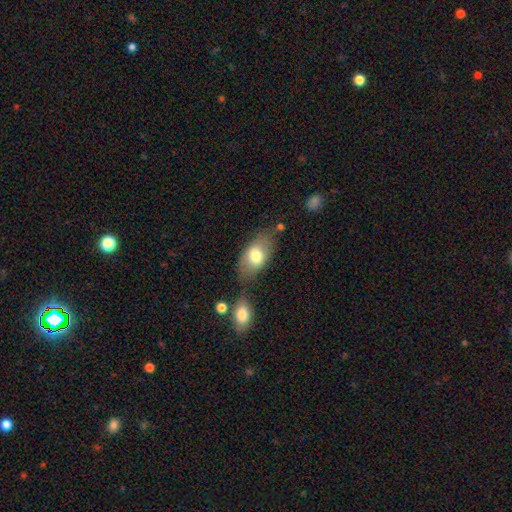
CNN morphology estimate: A smooth galaxy with no disk features (73%) that is in between round and cigar-shaped (87%). Merging: none (58%).